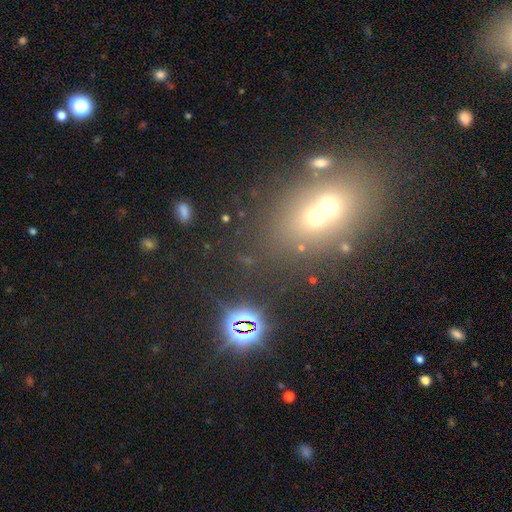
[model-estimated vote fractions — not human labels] Morphology: type=smooth (44%); merging=none (47%).